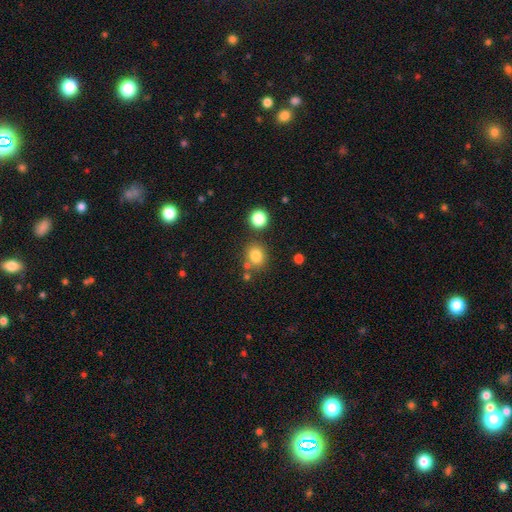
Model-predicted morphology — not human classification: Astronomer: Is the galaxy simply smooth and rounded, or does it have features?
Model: smooth — 80%.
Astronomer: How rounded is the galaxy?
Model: round — 76%.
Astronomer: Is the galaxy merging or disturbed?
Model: none — 73%.